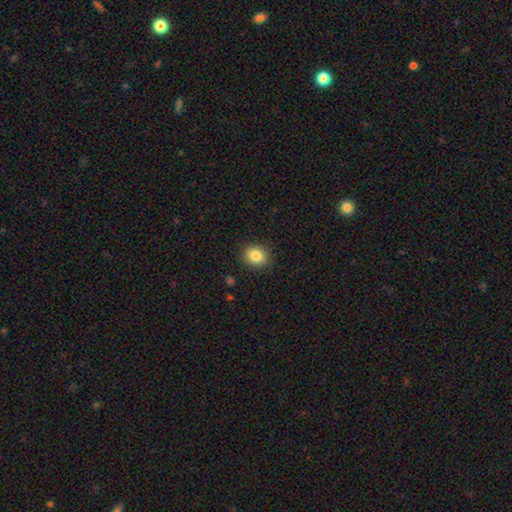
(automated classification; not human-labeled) smooth_or_featured: smooth (p=0.84) [alt: star or artifact p=0.10]
how_rounded: round (p=0.70) [alt: in between p=0.29]
merging: none (p=0.89) [alt: minor disturbance p=0.07]